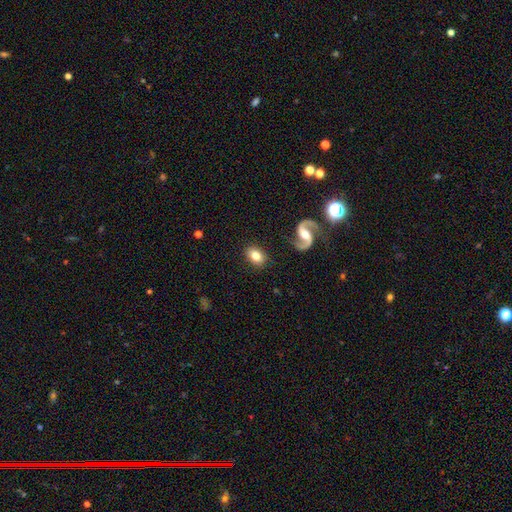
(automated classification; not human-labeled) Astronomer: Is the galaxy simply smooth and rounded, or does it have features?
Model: smooth — 70%.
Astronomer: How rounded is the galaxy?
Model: in between — 72%.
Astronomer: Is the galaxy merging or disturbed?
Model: none — 85%.